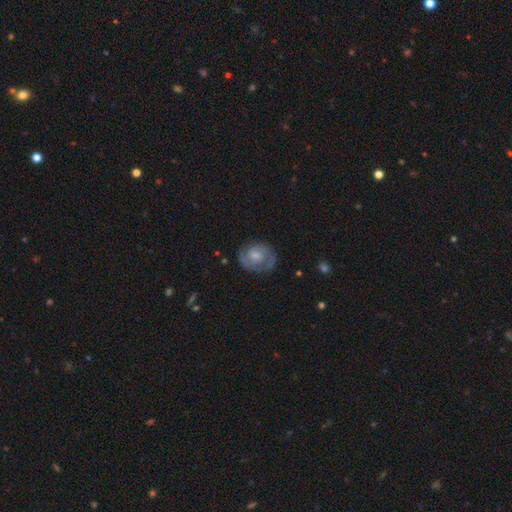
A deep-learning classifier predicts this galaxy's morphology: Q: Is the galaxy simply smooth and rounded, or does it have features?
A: featured or disk — 77%.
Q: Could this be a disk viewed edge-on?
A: no — 98%.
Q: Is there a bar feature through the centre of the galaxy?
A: no — 59%.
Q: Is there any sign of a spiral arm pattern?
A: yes — 92%.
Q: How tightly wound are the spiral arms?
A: tight — 48%.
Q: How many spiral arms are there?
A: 2 — 81%.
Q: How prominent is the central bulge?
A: small — 49%.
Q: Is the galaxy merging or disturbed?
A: none — 76%.